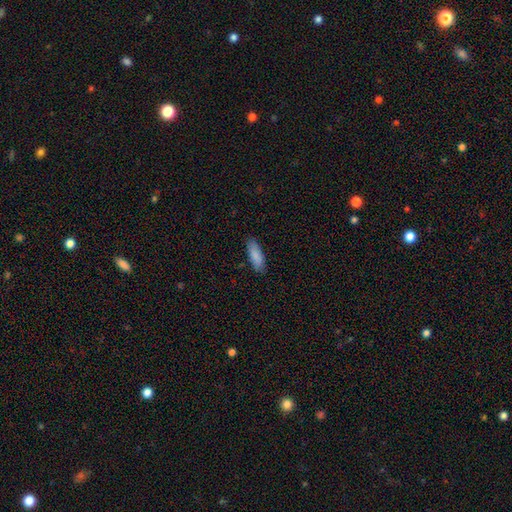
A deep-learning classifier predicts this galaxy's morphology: Smooth or featured? Predicted: smooth (p=0.88). How rounded? Predicted: in between (p=0.58). Merging? Predicted: none (p=0.86).